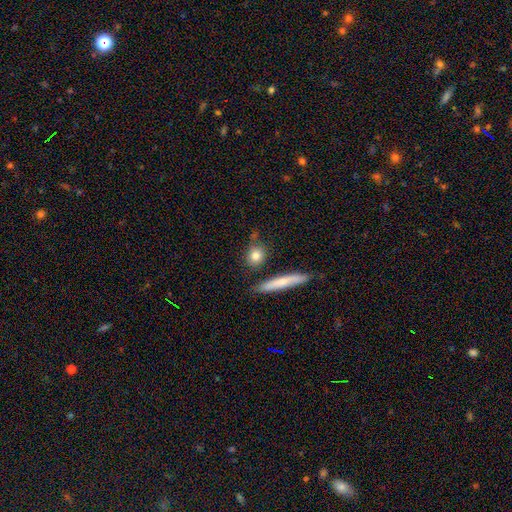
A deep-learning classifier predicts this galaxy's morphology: Smooth or featured? smooth (81%)
How rounded? round (58%)
Merging? none (74%)